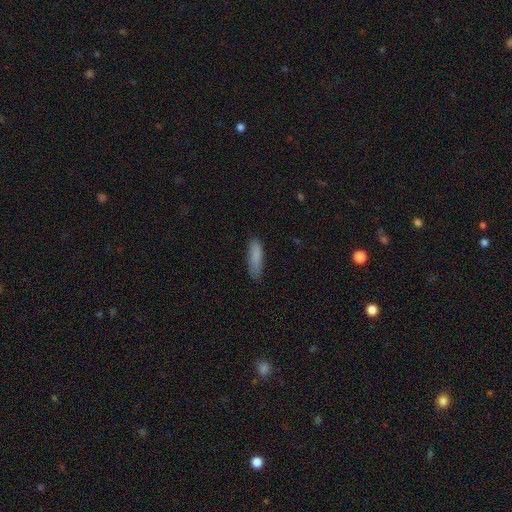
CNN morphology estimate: type=smooth (86%); roundness=cigar-shaped (63%); merging=none (78%).